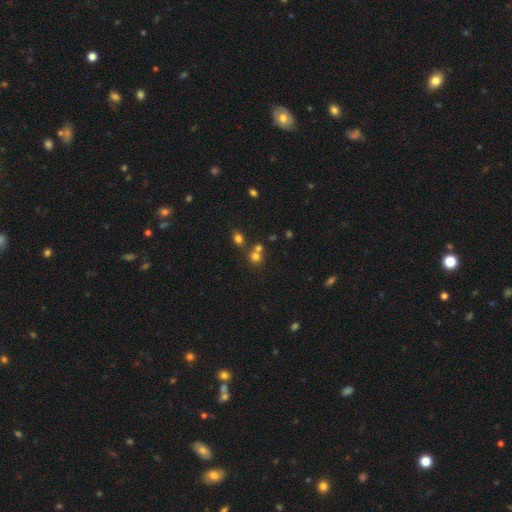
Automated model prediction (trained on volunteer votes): Q: Smooth or featured?
A: smooth (68%); runner-up: star or artifact (21%)
Q: How rounded?
A: round (84%); runner-up: in between (15%)
Q: Merging?
A: none (51%); runner-up: merger (39%)